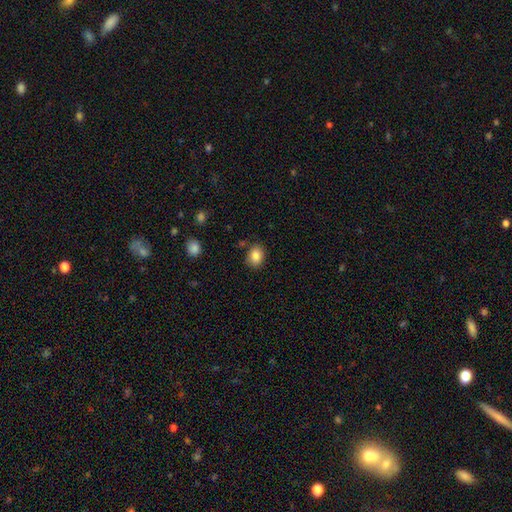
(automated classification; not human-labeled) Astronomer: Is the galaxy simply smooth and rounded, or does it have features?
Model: smooth — 85%.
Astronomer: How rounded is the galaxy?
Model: in between — 62% (runner-up: round, 37%).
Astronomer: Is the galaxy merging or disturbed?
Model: none — 84%.